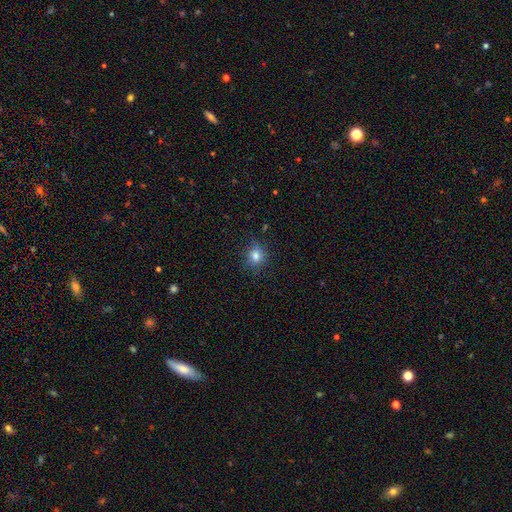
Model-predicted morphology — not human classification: smooth_or_featured: smooth (p=0.80) [alt: star or artifact p=0.13]
how_rounded: round (p=0.79) [alt: in between p=0.20]
merging: none (p=0.79) [alt: minor disturbance p=0.16]